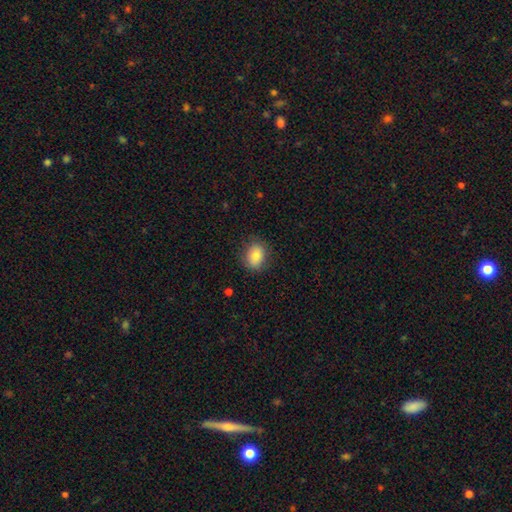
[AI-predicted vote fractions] Smooth or featured: smooth — 82% (featured or disk — 9%)
How rounded: in between — 54% (round — 45%)
Merging: none — 84% (minor disturbance — 12%)